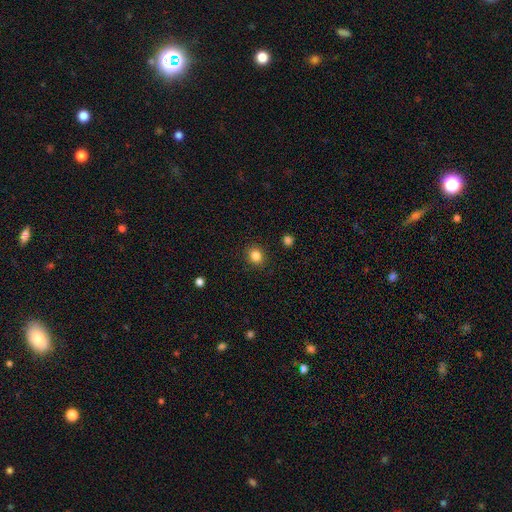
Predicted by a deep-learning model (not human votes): smooth_or_featured: smooth (p=0.84) [alt: star or artifact p=0.11]
how_rounded: round (p=0.77) [alt: in between p=0.22]
merging: none (p=0.90) [alt: minor disturbance p=0.06]